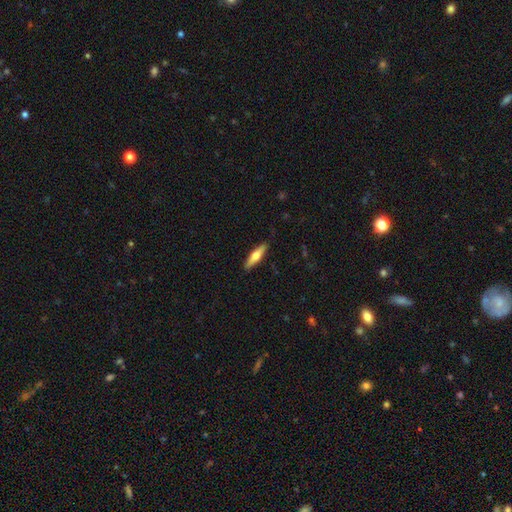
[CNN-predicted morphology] Smooth or featured?
  - smooth: 50% *
  - featured or disk: 45%
  - star or artifact: 5%
How rounded?
  - cigar-shaped: 74% *
  - in between: 24%
  - round: 2%
Merging?
  - none: 89% *
  - minor disturbance: 8%
  - major disturbance: 2%
  - merger: 1%